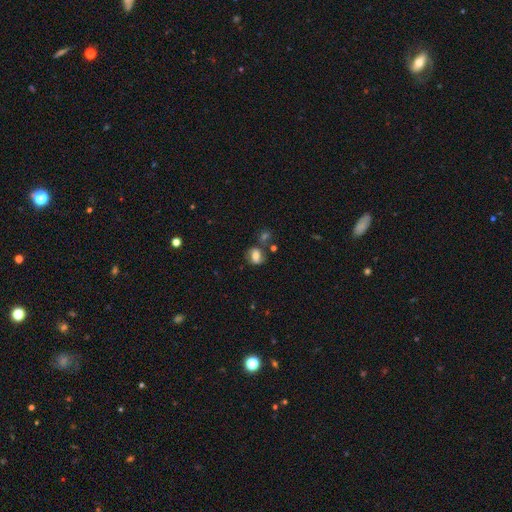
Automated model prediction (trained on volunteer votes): This appears to be a smooth galaxy with no disk features (54%) that is in between round and cigar-shaped (61%). Merging: none (58%).